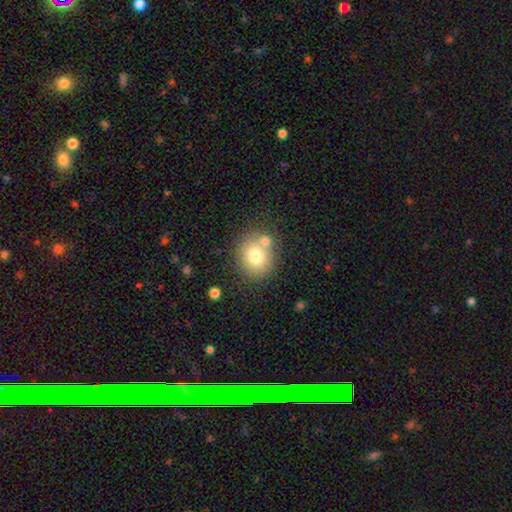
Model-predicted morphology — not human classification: Smooth or featured: smooth — 75% (featured or disk — 14%)
How rounded: round — 77% (in between — 22%)
Merging: none — 63% (merger — 22%)